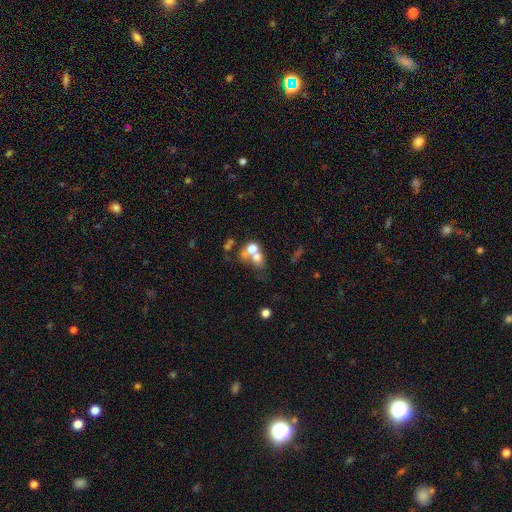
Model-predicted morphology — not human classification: type=smooth (61%); roundness=round (56%); merging=merger (58%).